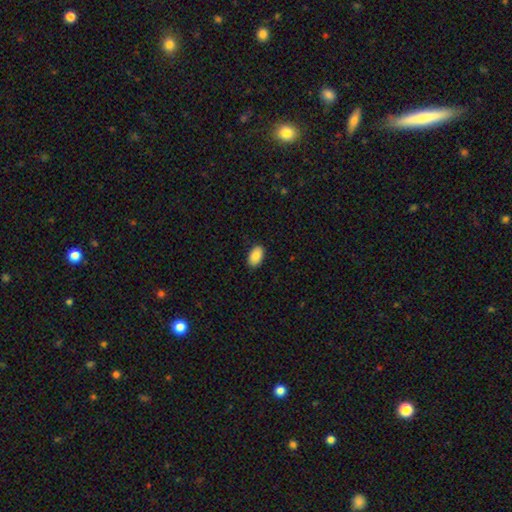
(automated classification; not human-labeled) Smooth or featured? Predicted: smooth (p=0.87). How rounded? Predicted: in between (p=0.93). Merging? Predicted: none (p=0.89).